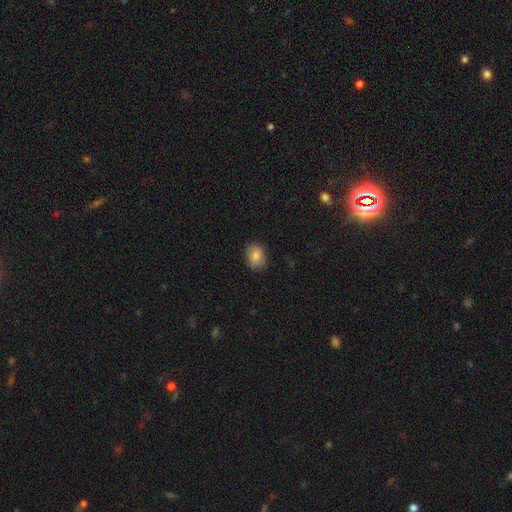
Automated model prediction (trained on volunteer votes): Smooth or featured? Predicted: smooth (p=0.81). How rounded? Predicted: in between (p=0.56). Merging? Predicted: none (p=0.81).